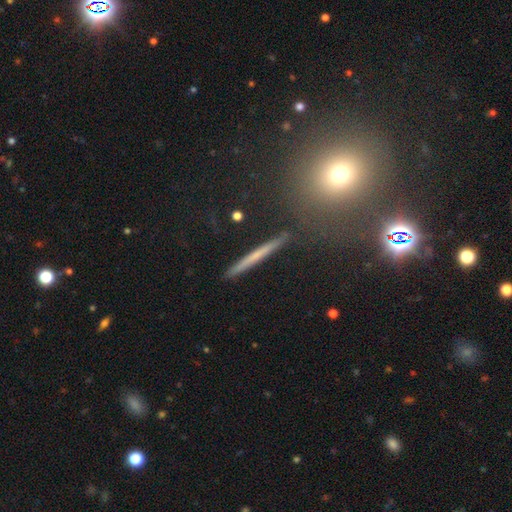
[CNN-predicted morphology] featured or disk 47%, smooth 43%, star or artifact 10%. Down the decision tree: merging — none (90%).